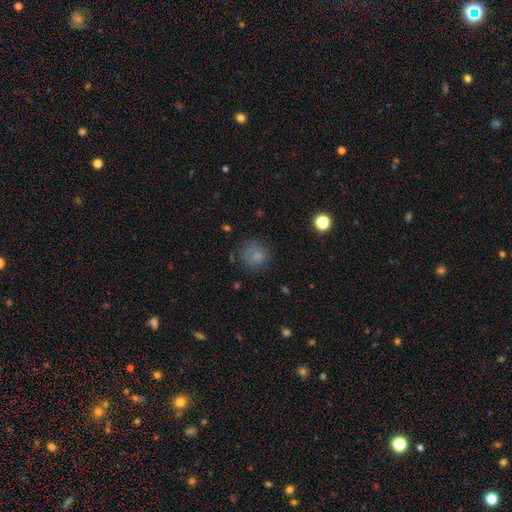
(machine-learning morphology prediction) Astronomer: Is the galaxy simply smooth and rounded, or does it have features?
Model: smooth — 73%.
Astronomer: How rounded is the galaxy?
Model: round — 85%.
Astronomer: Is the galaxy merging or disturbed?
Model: none — 64%.